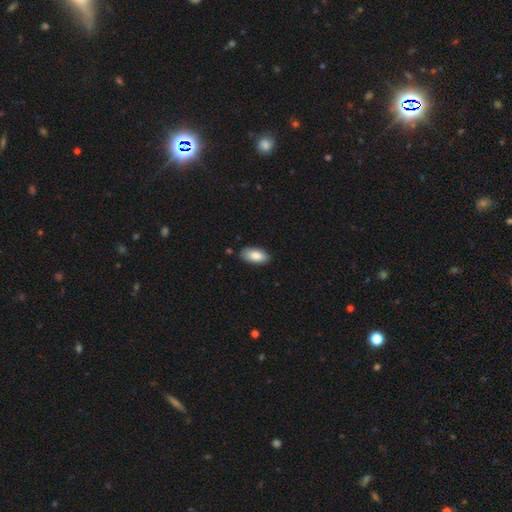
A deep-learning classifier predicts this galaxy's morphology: smooth 86%, featured or disk 8%, star or artifact 6%. Down the decision tree: how rounded — in between (92%); merging — none (84%).